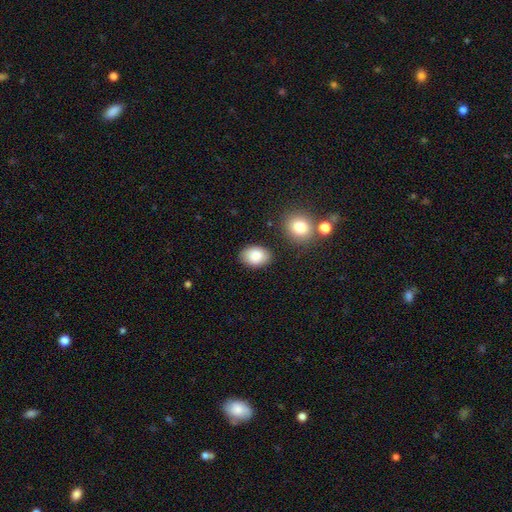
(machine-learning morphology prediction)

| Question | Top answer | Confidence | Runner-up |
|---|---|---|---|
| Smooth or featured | smooth | 86% | star or artifact (7%) |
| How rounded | in between | 82% | round (17%) |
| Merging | none | 83% | minor disturbance (11%) |